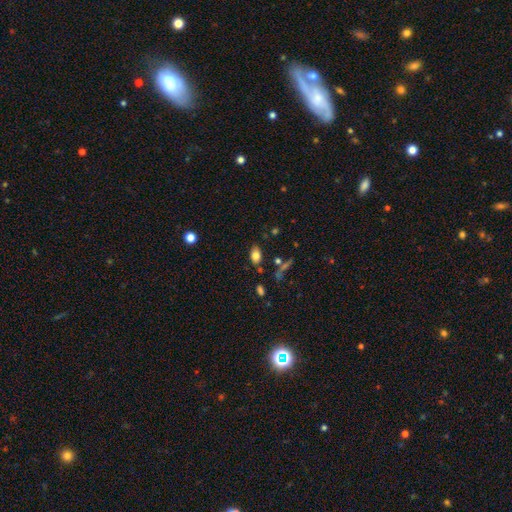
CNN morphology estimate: A smooth galaxy with no disk features (79%) that is in between round and cigar-shaped (88%). Merging: none (77%).